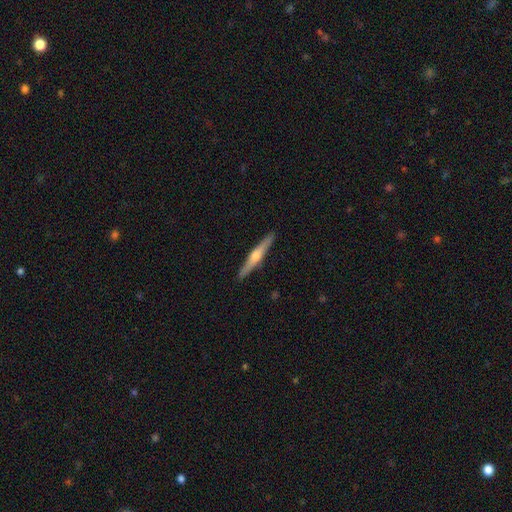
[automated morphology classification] This is likely a featured or disk galaxy (67%). It is clearly viewed edge-on (97%). Edge-on bulge: clearly rounded (90%). Merging: clearly none (92%).